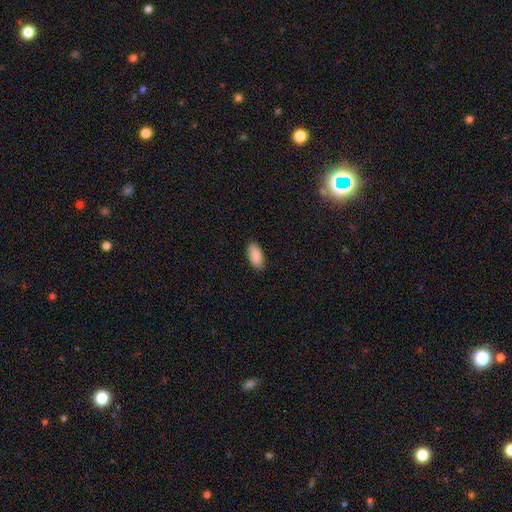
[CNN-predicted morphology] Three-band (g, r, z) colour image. It shows a smooth galaxy with no disk features (89%) that is in between round and cigar-shaped (91%). Merging: none (89%).